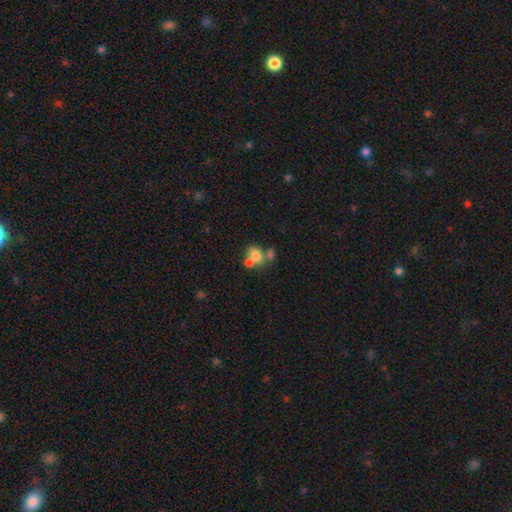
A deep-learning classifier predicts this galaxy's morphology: type=smooth (70%); roundness=in between (54%); merging=merger (51%).